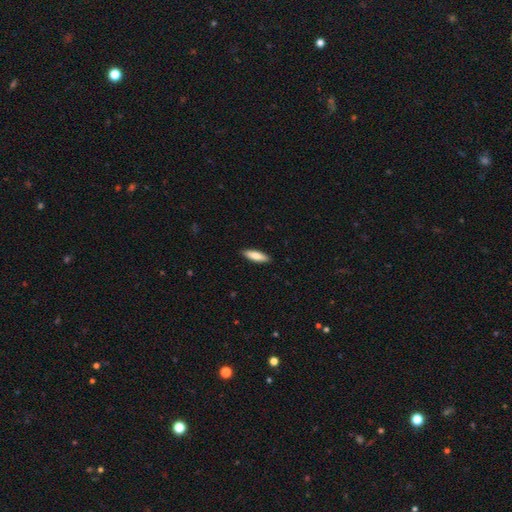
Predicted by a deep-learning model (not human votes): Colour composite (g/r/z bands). It shows a smooth galaxy with no disk features (80%) that is cigar-shaped (54%). Merging: none (90%).